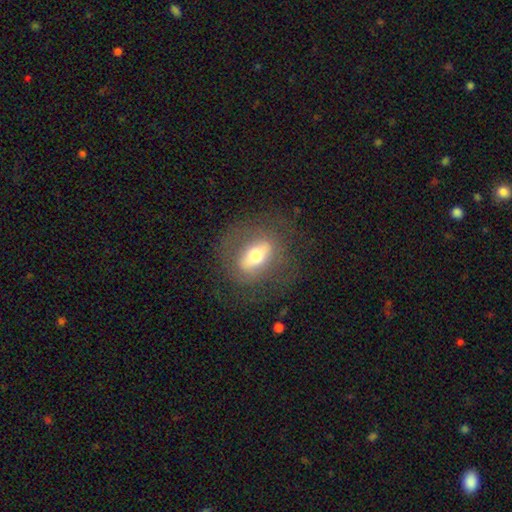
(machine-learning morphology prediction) smooth_or_featured: featured or disk (p=0.51) [alt: smooth p=0.41]
disk_edge_on: no (p=0.76) [alt: yes p=0.24]
merging: none (p=0.74) [alt: minor disturbance p=0.14]